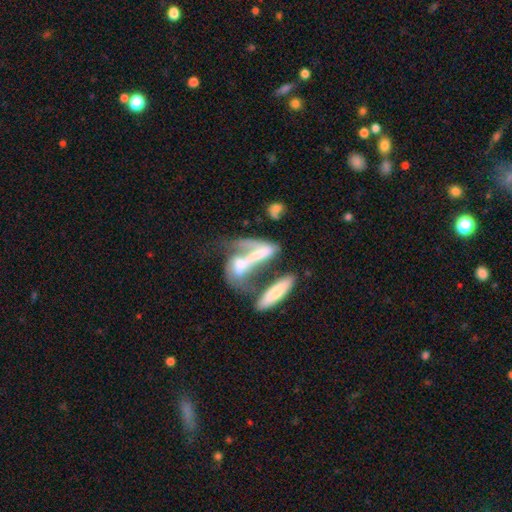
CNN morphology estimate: This is likely a featured or disk galaxy (62%). It is likely not viewed edge-on (80%). Merging: likely merger (62%).